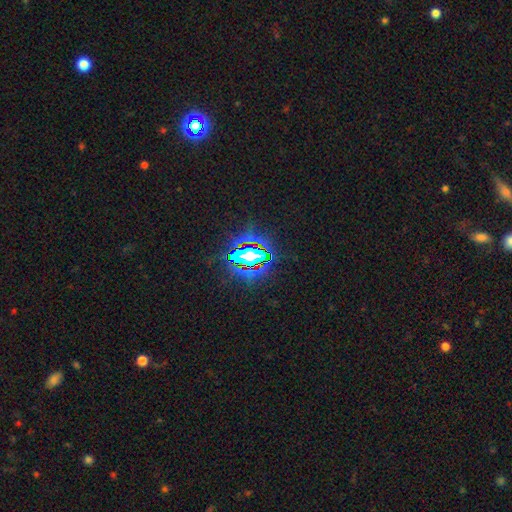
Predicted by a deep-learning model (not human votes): smooth-or-featured: star or artifact: 75% | smooth: 13% | featured or disk: 11%